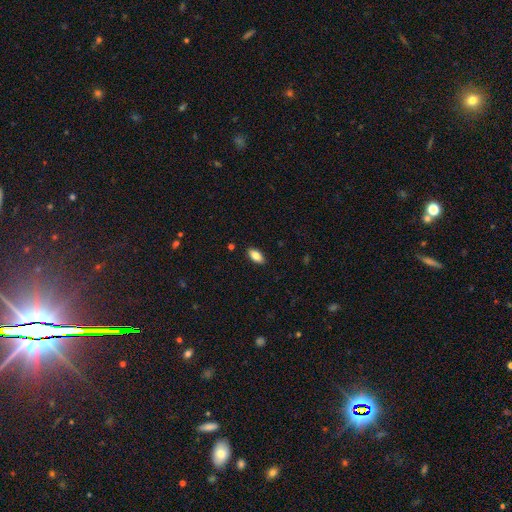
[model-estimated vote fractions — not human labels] smooth_or_featured: smooth (p=0.82) [alt: featured or disk p=0.10]
how_rounded: in between (p=0.90) [alt: cigar-shaped p=0.08]
merging: none (p=0.88) [alt: minor disturbance p=0.09]